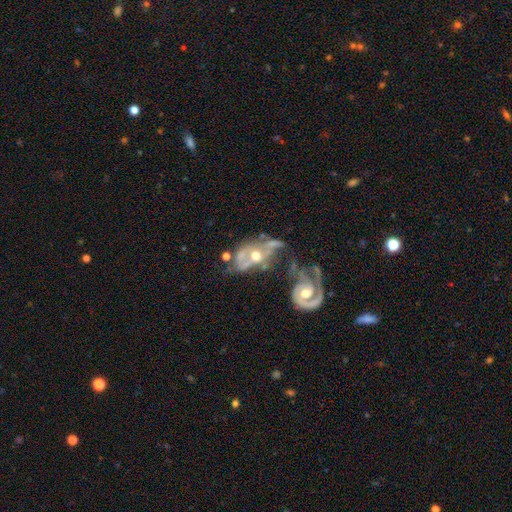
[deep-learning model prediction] smooth_or_featured: featured or disk (p=0.79) [alt: smooth p=0.14]
disk_edge_on: no (p=0.95) [alt: yes p=0.05]
bar: no (p=0.69) [alt: weak p=0.22]
has_spiral_arms: yes (p=0.71) [alt: no p=0.29]
spiral_winding: medium (p=0.39) [alt: tight p=0.35]
spiral_arm_count: 2 (p=0.45) [alt: can't tell p=0.28]
bulge_size: moderate (p=0.72) [alt: small p=0.16]
merging: merger (p=0.46) [alt: major disturbance p=0.25]